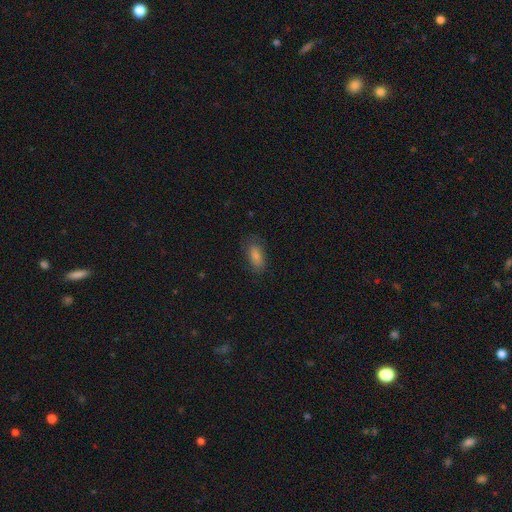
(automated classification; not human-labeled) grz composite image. It shows a smooth galaxy with no disk features (71%) that is in between round and cigar-shaped (84%). Merging: none (78%).